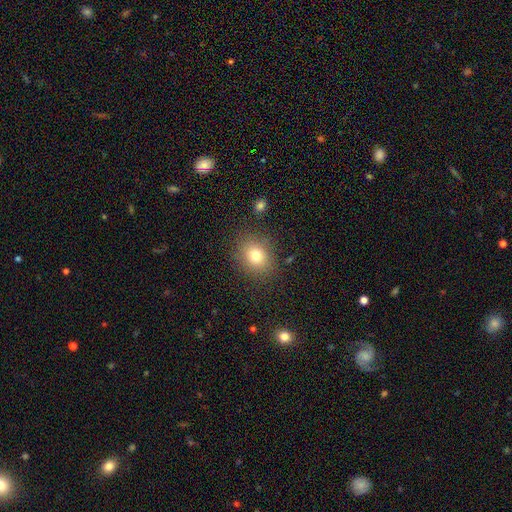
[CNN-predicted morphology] smooth-or-featured: smooth: 77% | star or artifact: 13% | featured or disk: 10%
  how-rounded: round: 62% | in between: 37% | cigar-shaped: 1%
  merging: none: 84% | minor disturbance: 10% | major disturbance: 4% | merger: 2%